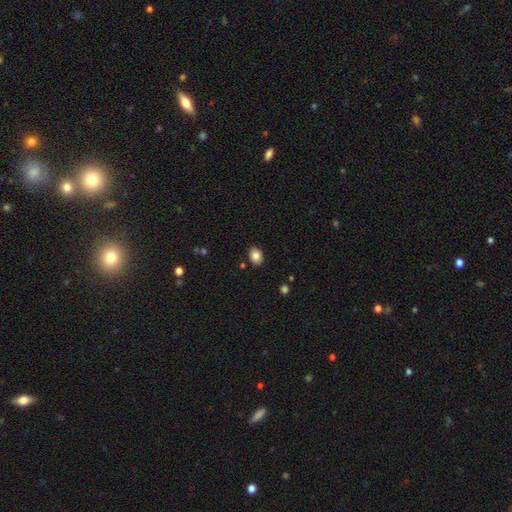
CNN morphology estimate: This is clearly a smooth galaxy (85%). How rounded: likely in between (71%). Merging: clearly none (87%).